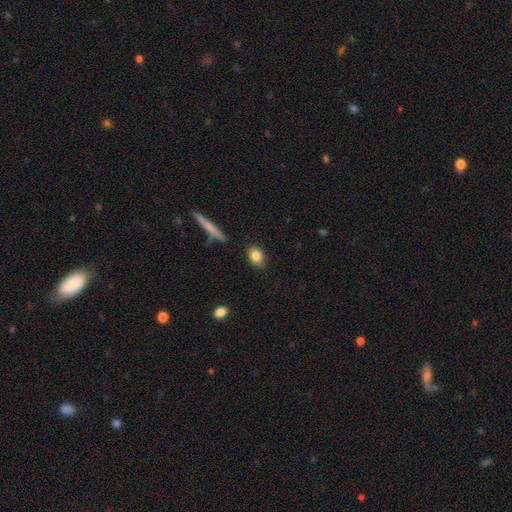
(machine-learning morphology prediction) Overall: smooth (83%). How rounded: in between (72%). Merging: none (82%).